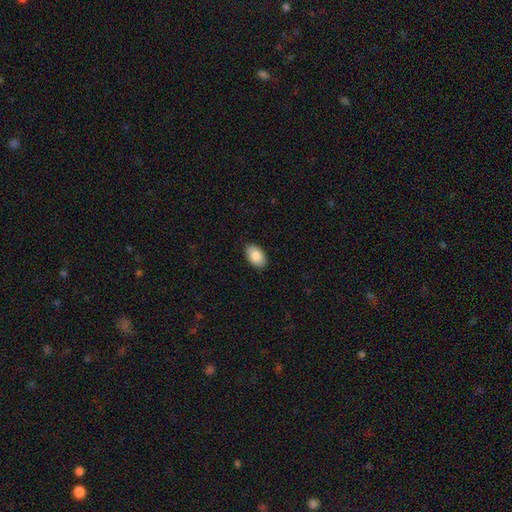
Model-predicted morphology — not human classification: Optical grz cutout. It shows a smooth galaxy with no disk features (86%) that is in between round and cigar-shaped (94%). Merging: none (89%).